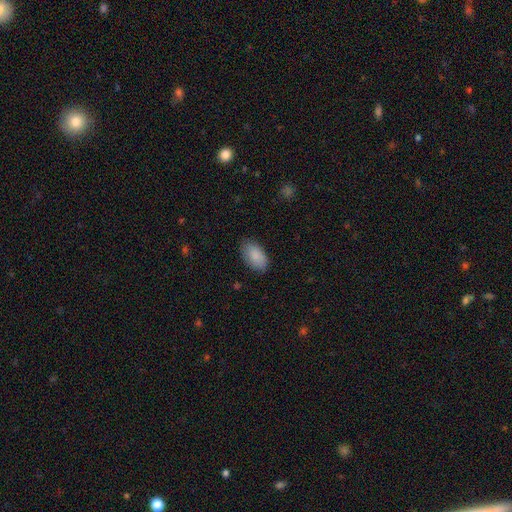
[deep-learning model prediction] The model was most divided on "merging": none: 83%, minor disturbance: 13%, major disturbance: 3%, merger: 1%. More confident: how rounded — in between (94%); smooth or featured — smooth (89%).